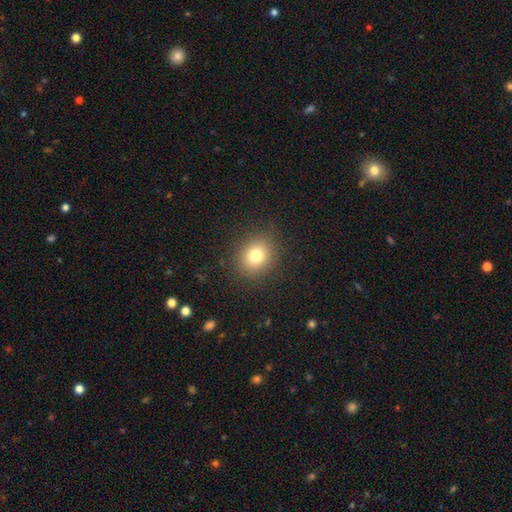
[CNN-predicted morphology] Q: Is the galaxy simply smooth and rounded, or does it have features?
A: smooth — 79%.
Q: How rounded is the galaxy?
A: round — 71%.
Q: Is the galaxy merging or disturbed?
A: none — 87%.